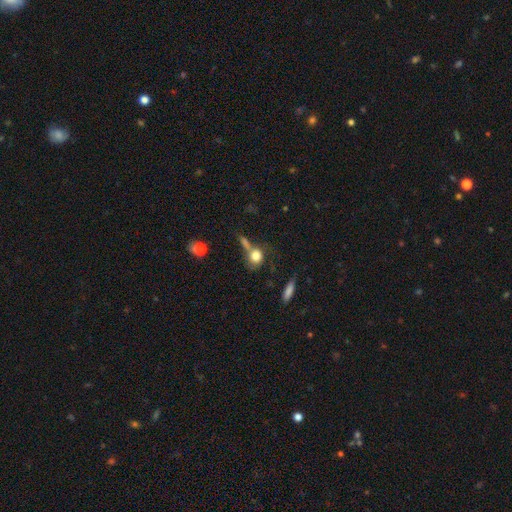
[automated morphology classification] Smooth or featured?
  - smooth: 76% *
  - featured or disk: 14%
  - star or artifact: 10%
How rounded?
  - round: 64% *
  - in between: 32%
  - cigar-shaped: 4%
Merging?
  - none: 36% *
  - merger: 35%
  - minor disturbance: 15%
  - major disturbance: 13%